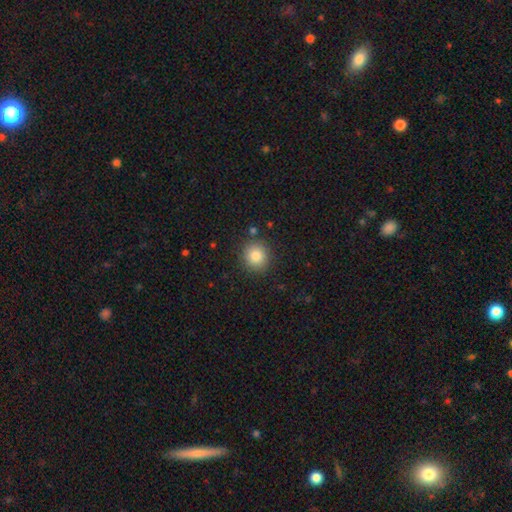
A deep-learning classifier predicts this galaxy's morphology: This is clearly a smooth galaxy (84%). How rounded: clearly round (89%). Merging: clearly none (88%).